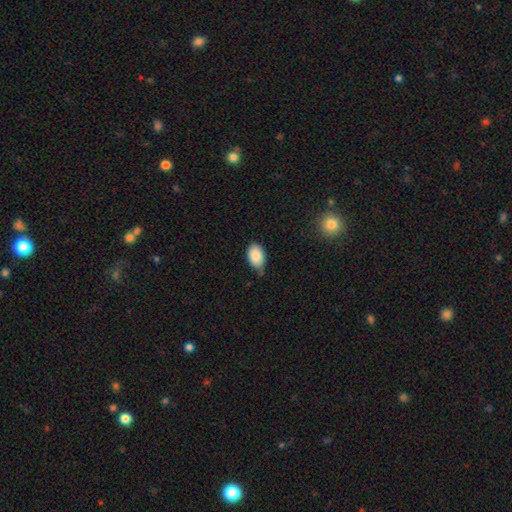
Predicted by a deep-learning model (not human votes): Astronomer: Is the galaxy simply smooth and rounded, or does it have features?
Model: smooth — 88%.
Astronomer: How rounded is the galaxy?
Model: in between — 89%.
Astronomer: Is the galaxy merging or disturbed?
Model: none — 66%.